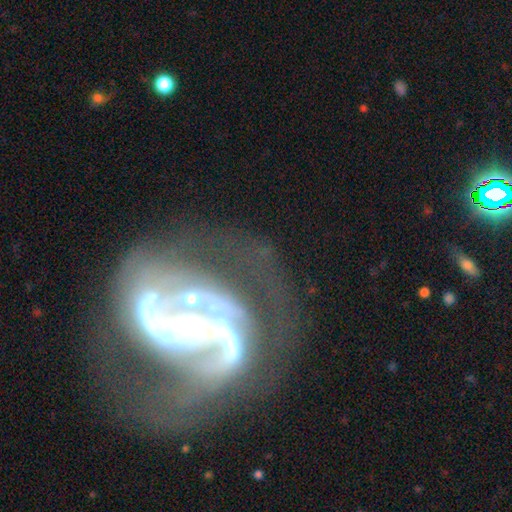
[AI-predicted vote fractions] Smooth or featured? featured or disk (90%)
Edge-on disk? no (98%)
Bar? no (43%)
Spiral arms? yes (95%)
Spiral winding? medium (52%)
Spiral arm count? 2 (76%)
Bulge size? moderate (53%)
Merging? none (38%)